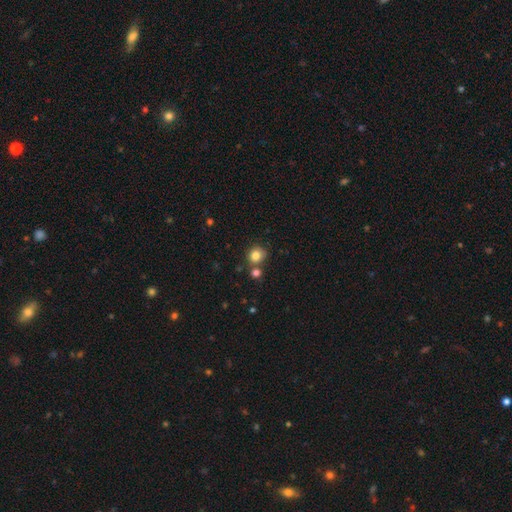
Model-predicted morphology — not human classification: This appears to be a smooth galaxy with no disk features (82%) that is round (86%). Merging: none (70%).